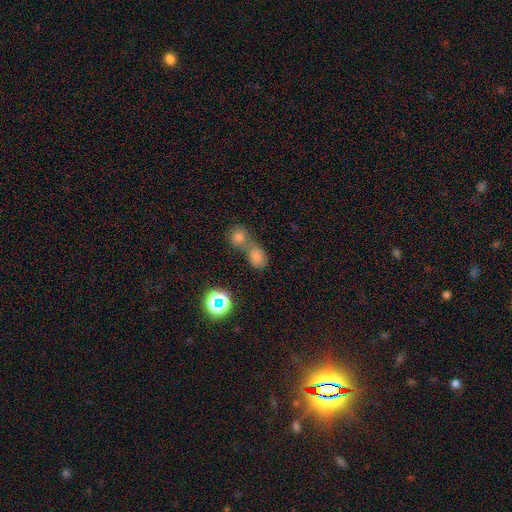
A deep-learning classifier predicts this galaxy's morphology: A smooth galaxy with no disk features (63%) that is in between round and cigar-shaped (49%). Merging: merger (56%).